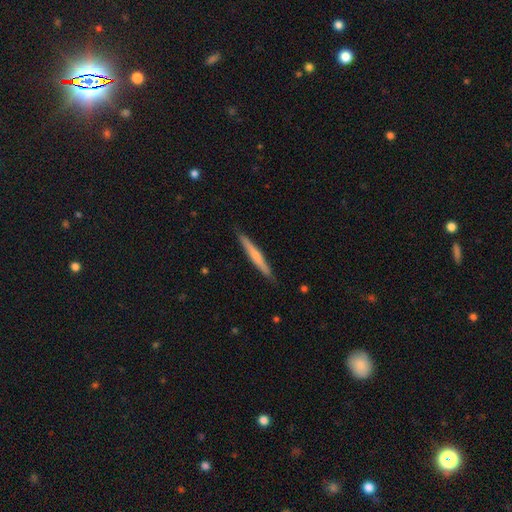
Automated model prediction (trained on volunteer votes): The model was most divided on "smooth or featured": smooth: 49%, featured or disk: 46%, star or artifact: 5%. More confident: merging — none (90%).